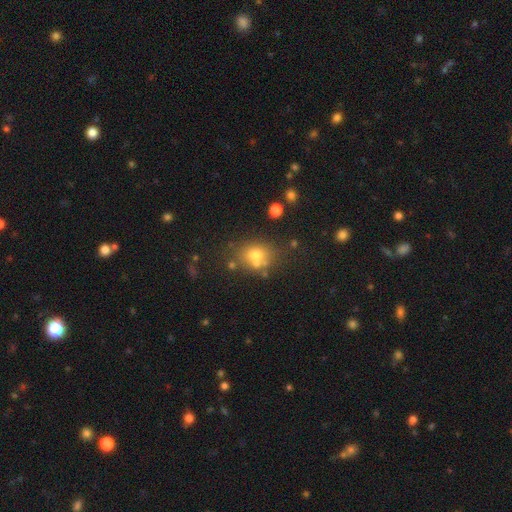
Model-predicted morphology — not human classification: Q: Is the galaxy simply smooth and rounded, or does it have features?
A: smooth — 66%.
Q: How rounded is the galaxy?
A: round — 58%.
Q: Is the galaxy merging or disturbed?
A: none — 56%.